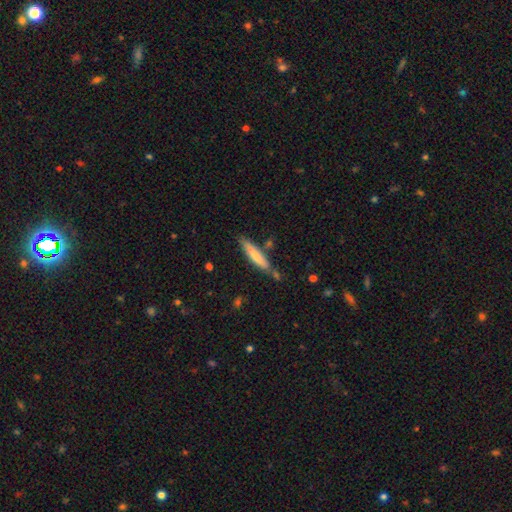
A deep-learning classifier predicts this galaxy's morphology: Smooth or featured? Predicted: smooth (p=0.68). How rounded? Predicted: cigar-shaped (p=0.89). Merging? Predicted: none (p=0.72).